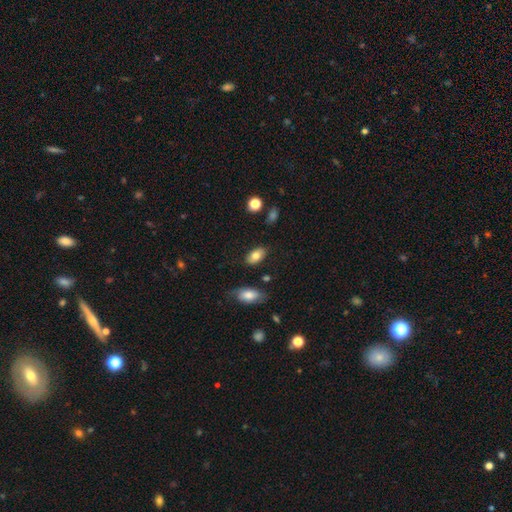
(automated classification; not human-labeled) The model was most divided on "smooth or featured": smooth: 79%, featured or disk: 14%, star or artifact: 8%. More confident: how rounded — in between (92%); merging — none (82%).